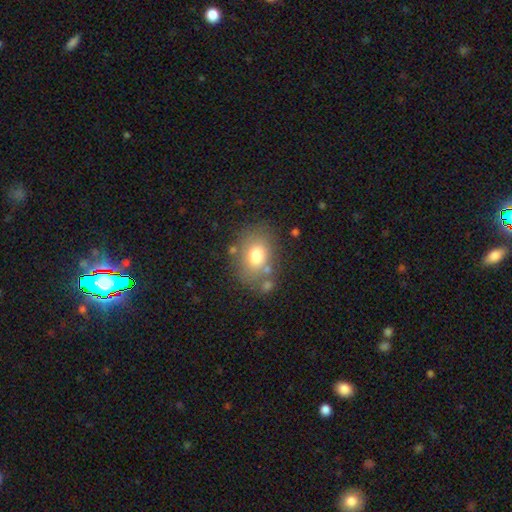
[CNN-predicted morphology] Smooth or featured?
  - smooth: 73% *
  - featured or disk: 16%
  - star or artifact: 11%
How rounded?
  - in between: 63% *
  - round: 36%
  - cigar-shaped: 1%
Merging?
  - none: 72% *
  - minor disturbance: 15%
  - merger: 7%
  - major disturbance: 6%